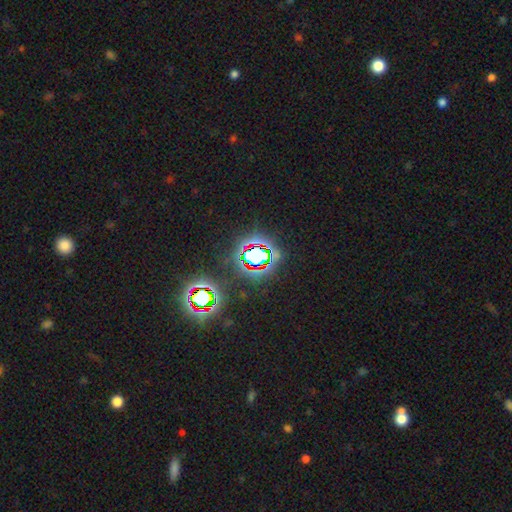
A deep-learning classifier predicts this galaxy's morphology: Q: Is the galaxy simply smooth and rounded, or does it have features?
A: star or artifact — 70%.